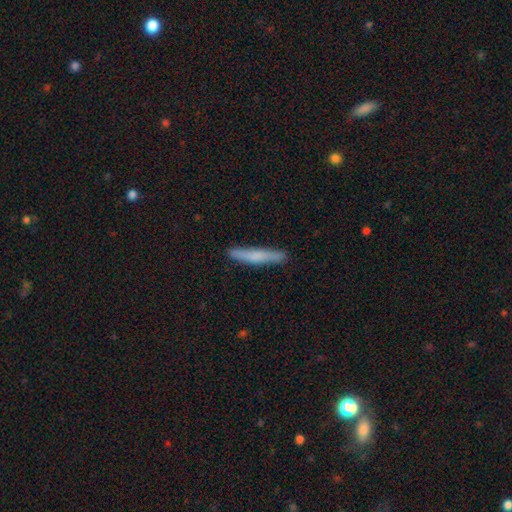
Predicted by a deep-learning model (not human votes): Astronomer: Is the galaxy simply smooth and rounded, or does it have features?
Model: smooth — 65%.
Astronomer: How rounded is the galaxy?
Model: cigar-shaped — 94%.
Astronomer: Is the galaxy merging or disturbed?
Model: none — 88%.